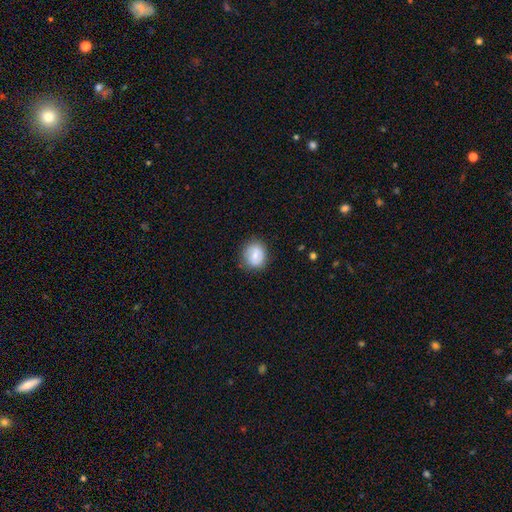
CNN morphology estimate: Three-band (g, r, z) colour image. It shows a smooth galaxy with no disk features (59%) that is round (75%). Merging: none (79%).